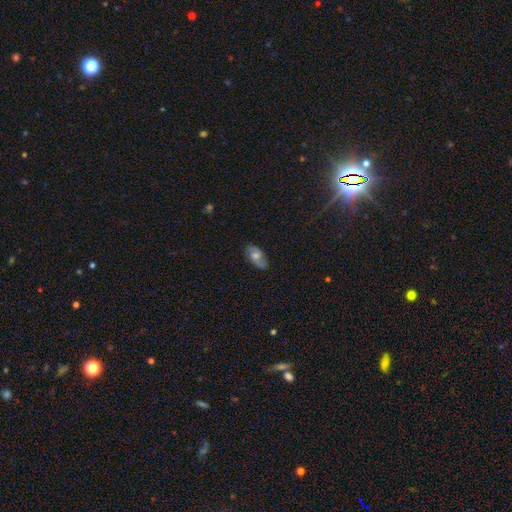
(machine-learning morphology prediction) Smooth or featured: smooth — 54% (featured or disk — 38%)
How rounded: in between — 90% (round — 5%)
Merging: none — 79% (minor disturbance — 17%)